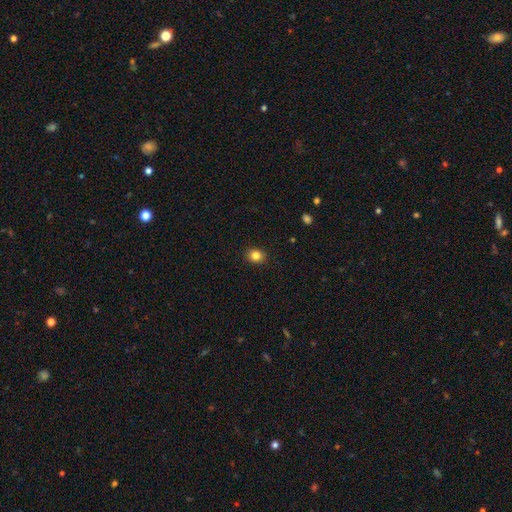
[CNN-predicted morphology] Smooth or featured? Predicted: smooth (p=0.83). How rounded? Predicted: round (p=0.67). Merging? Predicted: none (p=0.91).